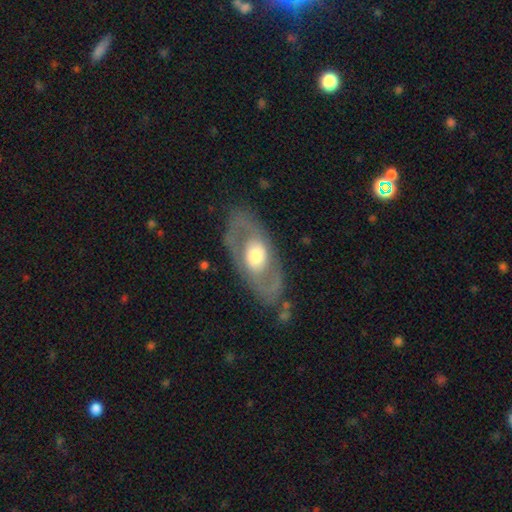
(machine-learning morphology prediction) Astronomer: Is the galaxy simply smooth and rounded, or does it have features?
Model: featured or disk — 65%.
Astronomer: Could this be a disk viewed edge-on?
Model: no — 88%.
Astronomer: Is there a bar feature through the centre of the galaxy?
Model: no — 77%.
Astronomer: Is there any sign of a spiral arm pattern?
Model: no — 60% (runner-up: yes, 40%).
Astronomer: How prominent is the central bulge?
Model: moderate — 54% (runner-up: large, 34%).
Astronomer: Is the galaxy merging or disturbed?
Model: none — 79%.